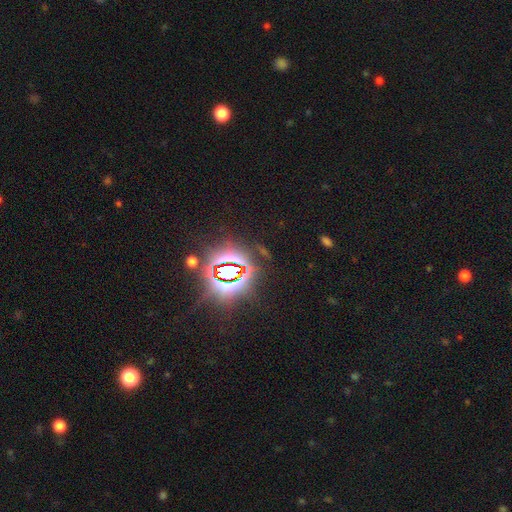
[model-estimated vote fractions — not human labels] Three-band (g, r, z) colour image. It shows a star or artifact, not a galaxy (86%).